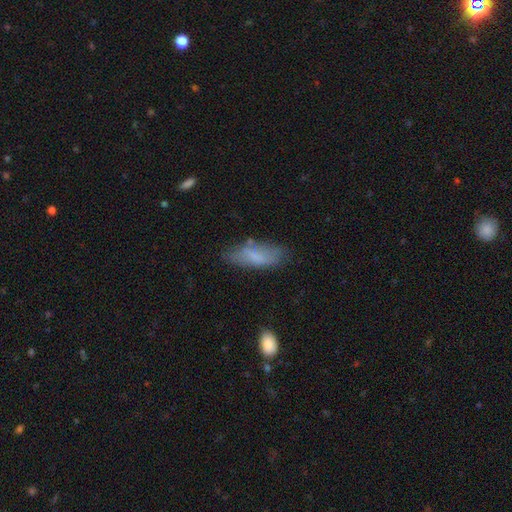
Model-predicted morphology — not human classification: smooth-or-featured: smooth: 68% | featured or disk: 24% | star or artifact: 8%
  how-rounded: in between: 71% | cigar-shaped: 27% | round: 2%
  merging: none: 61% | minor disturbance: 26% | major disturbance: 9% | merger: 4%